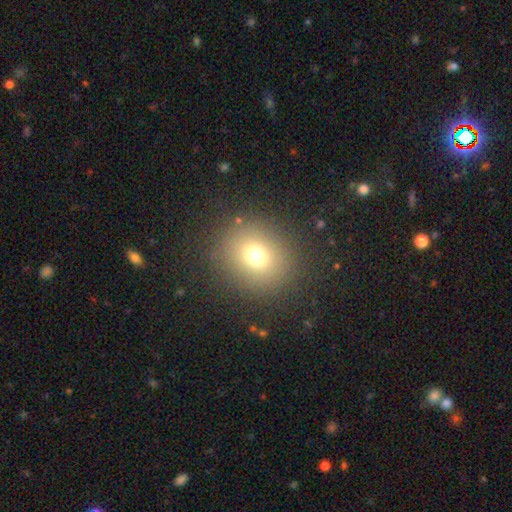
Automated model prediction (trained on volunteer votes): Q: Smooth or featured?
A: smooth (72%); runner-up: star or artifact (18%)
Q: How rounded?
A: round (83%); runner-up: in between (17%)
Q: Merging?
A: none (86%); runner-up: minor disturbance (8%)